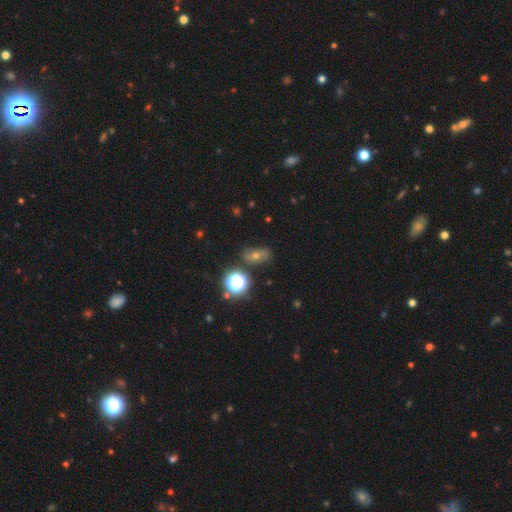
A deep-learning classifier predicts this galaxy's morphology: A star or artifact, not a galaxy (39%).